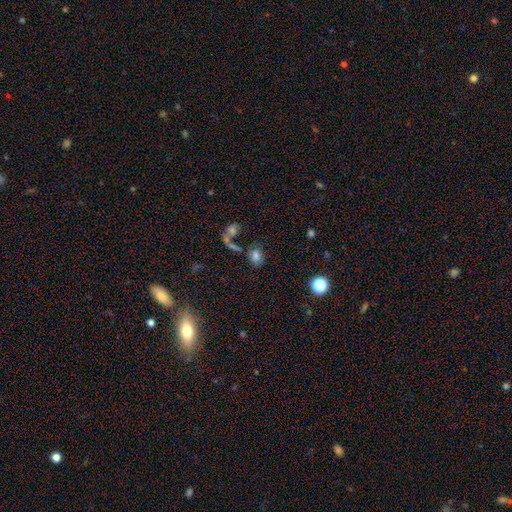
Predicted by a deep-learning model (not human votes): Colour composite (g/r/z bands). It shows a smooth galaxy with no disk features (70%) that is in between round and cigar-shaped (70%). Merging: none (53%).